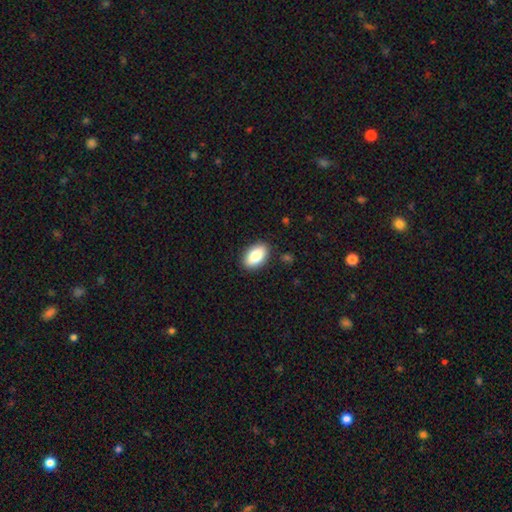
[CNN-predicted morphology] smooth 83%, featured or disk 10%, star or artifact 7%. Down the decision tree: how rounded — in between (92%); merging — none (88%).